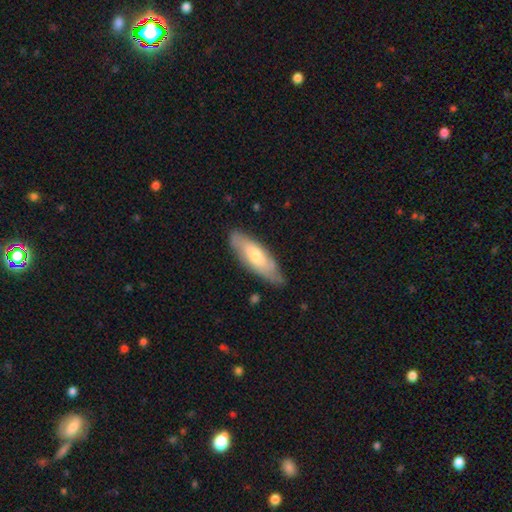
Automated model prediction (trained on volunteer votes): Morphology: type=smooth (53%); roundness=in between (54%); merging=none (77%).